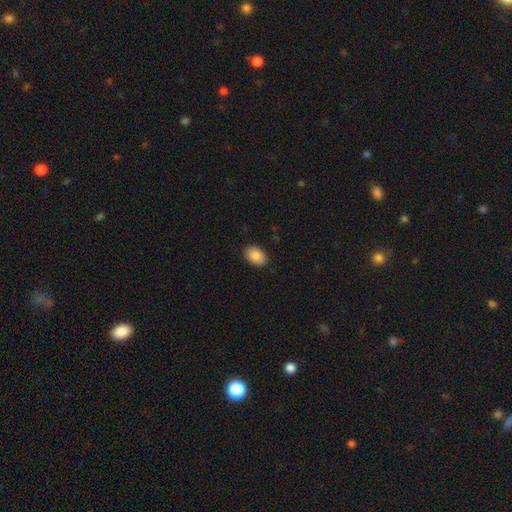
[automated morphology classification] smooth_or_featured: smooth (p=0.88) [alt: star or artifact p=0.07]
how_rounded: in between (p=0.85) [alt: round p=0.14]
merging: none (p=0.89) [alt: minor disturbance p=0.08]